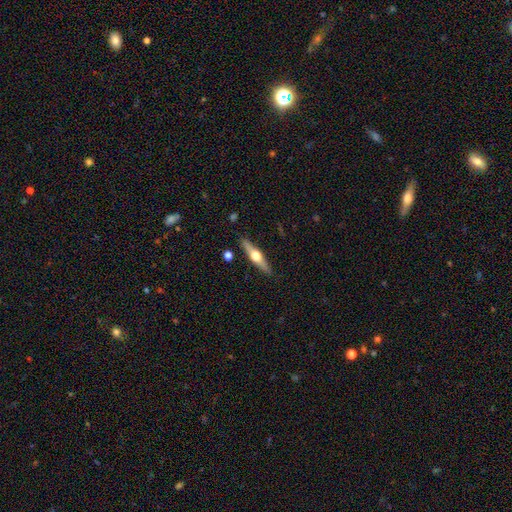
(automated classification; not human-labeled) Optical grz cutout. It shows a featured or disk galaxy (66%) viewed edge-on (96%) with a rounded central bulge (96%). Merging: none (88%).